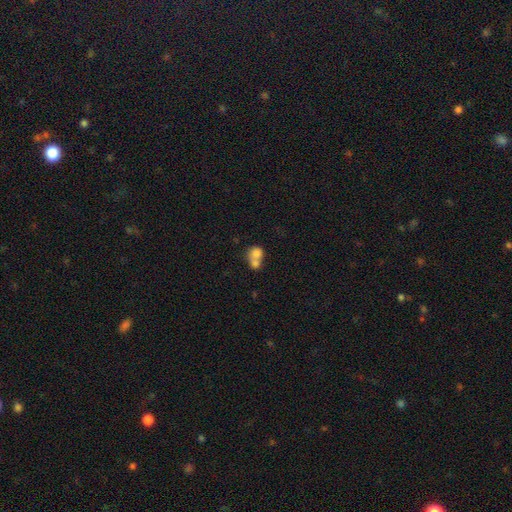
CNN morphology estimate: Overall: smooth (74%). How rounded: round (65%; in between 34%). Merging: merger (70%).